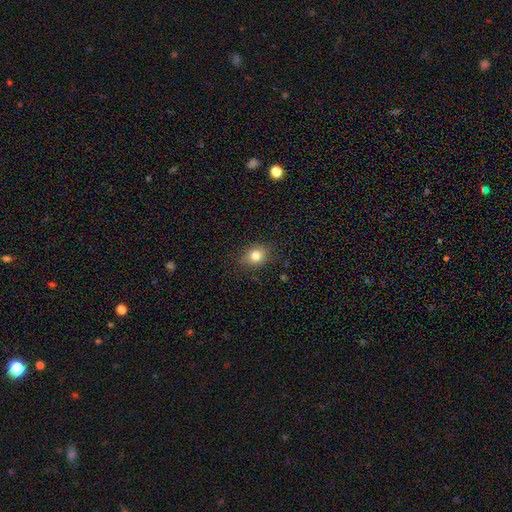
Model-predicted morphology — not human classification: Smooth or featured? smooth (80%)
How rounded? round (62%)
Merging? none (83%)